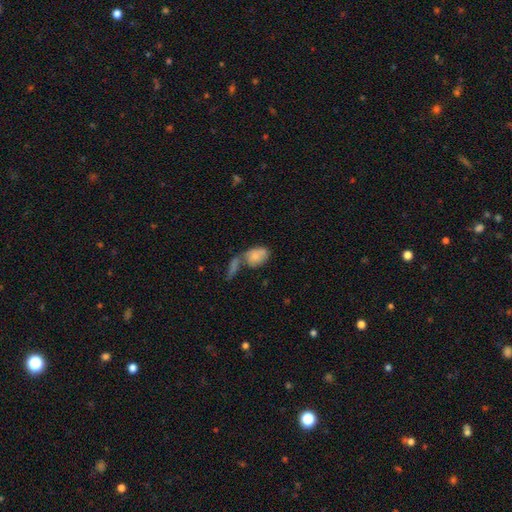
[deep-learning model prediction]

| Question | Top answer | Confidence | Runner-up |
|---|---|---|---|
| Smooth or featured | smooth | 74% | featured or disk (18%) |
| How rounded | in between | 86% | round (11%) |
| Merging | merger | 44% | none (31%) |